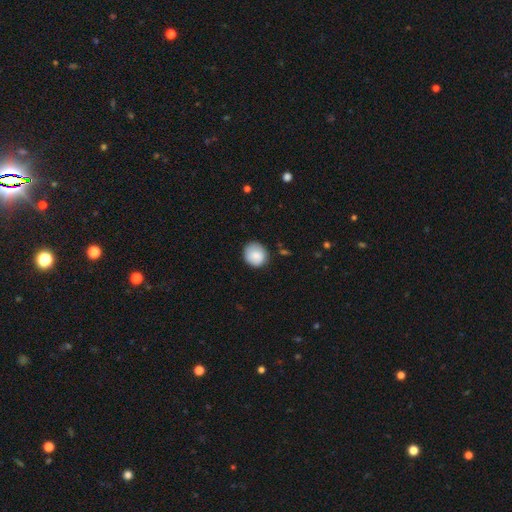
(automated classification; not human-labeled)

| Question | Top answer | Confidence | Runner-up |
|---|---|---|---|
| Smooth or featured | smooth | 84% | featured or disk (8%) |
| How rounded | round | 85% | in between (14%) |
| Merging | none | 82% | minor disturbance (14%) |